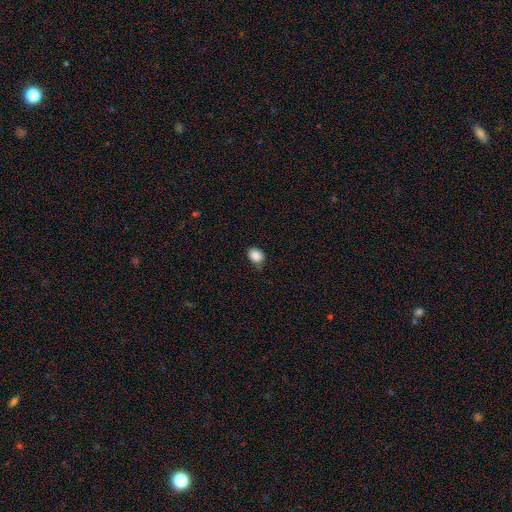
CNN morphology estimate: A smooth galaxy with no disk features (87%) that is in between round and cigar-shaped (50%).

Vote fractions:
- Smooth or featured? smooth: 87% / star or artifact: 9% / featured or disk: 3%
- How rounded? in between: 50% / round: 49% / cigar-shaped: 1%
- Merging? none: 70% / minor disturbance: 25% / major disturbance: 4% / merger: 1%